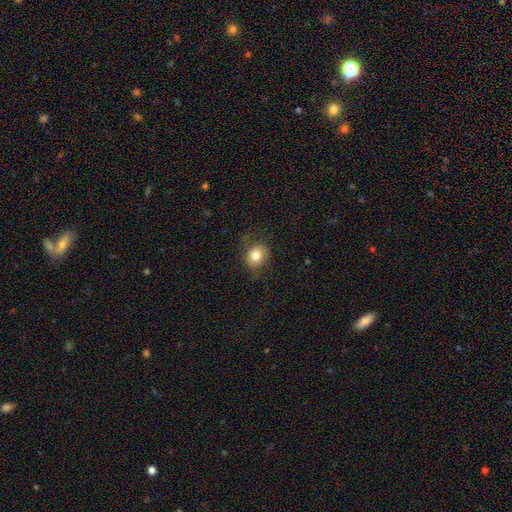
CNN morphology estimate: Smooth or featured: smooth — 78% (featured or disk — 12%)
How rounded: round — 62% (in between — 37%)
Merging: none — 69% (minor disturbance — 20%)